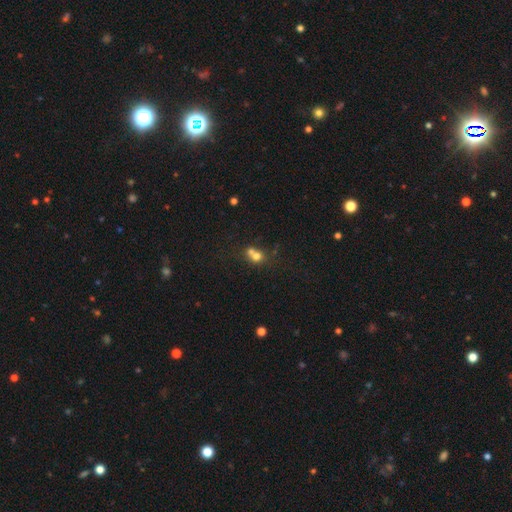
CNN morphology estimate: smooth 68%, featured or disk 17%, star or artifact 15%. Down the decision tree: how rounded — round (74%); merging — merger (61%).